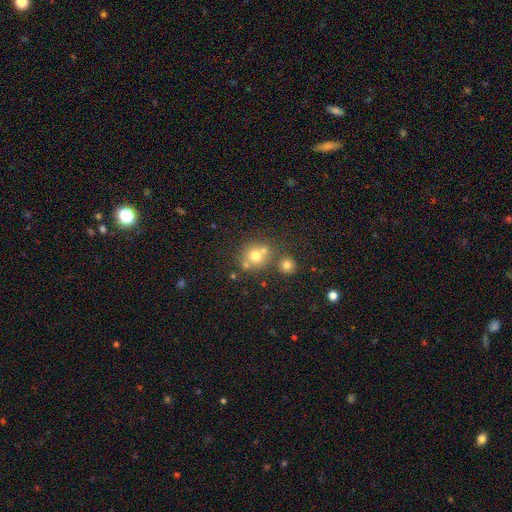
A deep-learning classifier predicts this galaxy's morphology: type=smooth (69%); roundness=round (85%); merging=none (57%).